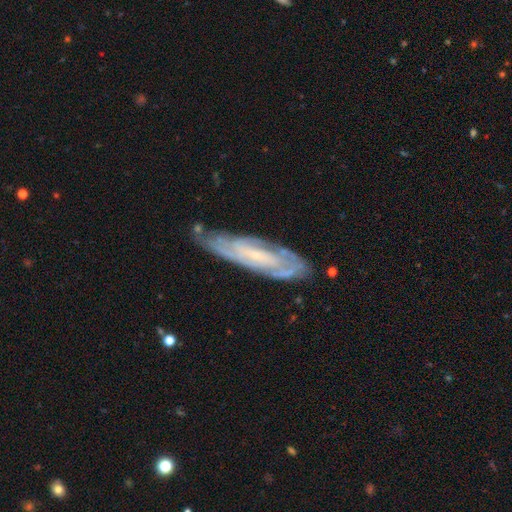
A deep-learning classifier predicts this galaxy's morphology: Smooth or featured? featured or disk (78%)
Edge-on disk? no (73%)
Bar? no (47%)
Spiral arms? yes (90%)
Spiral winding? tight (64%)
Spiral arm count? can't tell (48%)
Bulge size? small (72%)
Merging? none (70%)